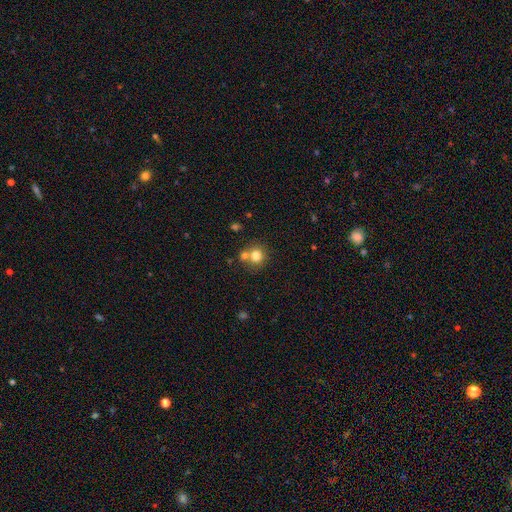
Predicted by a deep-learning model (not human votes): A smooth galaxy with no disk features (78%) that is round (87%). Merging: none (56%).